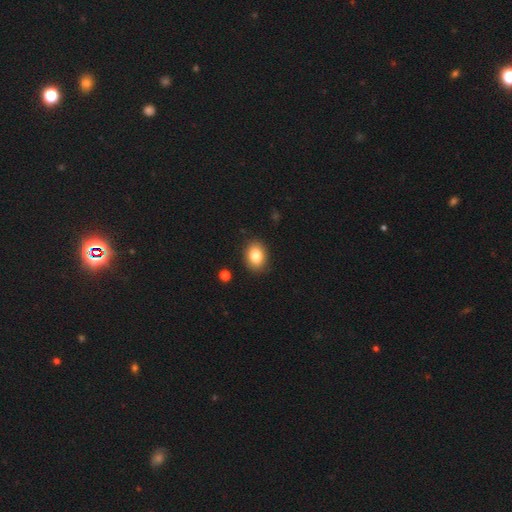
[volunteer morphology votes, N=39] Overall: smooth (92%). How rounded: in between (53%; round 47%). Merging: none (97%).